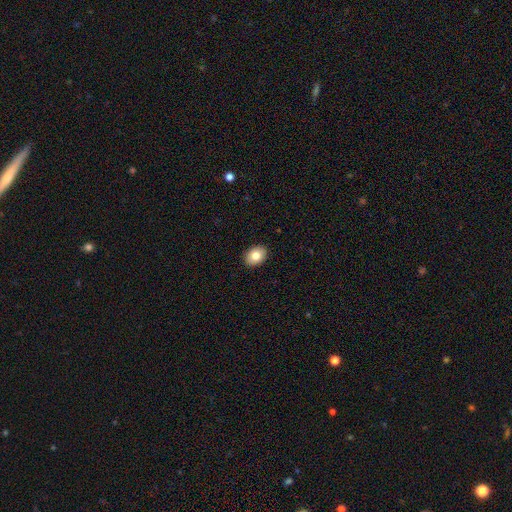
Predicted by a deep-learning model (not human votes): Overall: smooth (82%). How rounded: in between (76%). Merging: none (91%).